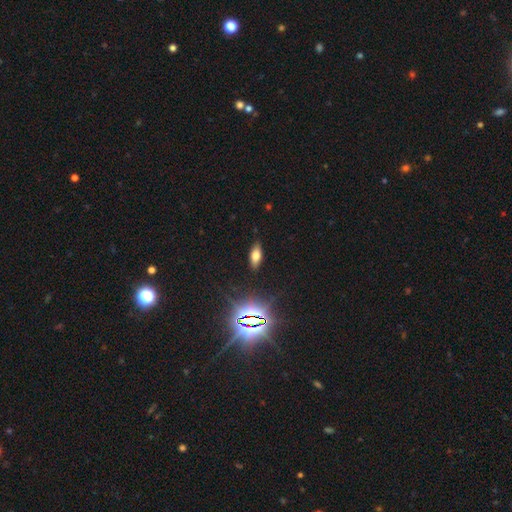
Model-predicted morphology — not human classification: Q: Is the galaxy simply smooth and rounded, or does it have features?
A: smooth — 63%.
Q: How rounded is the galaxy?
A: in between — 79%.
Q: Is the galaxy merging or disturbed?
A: none — 87%.